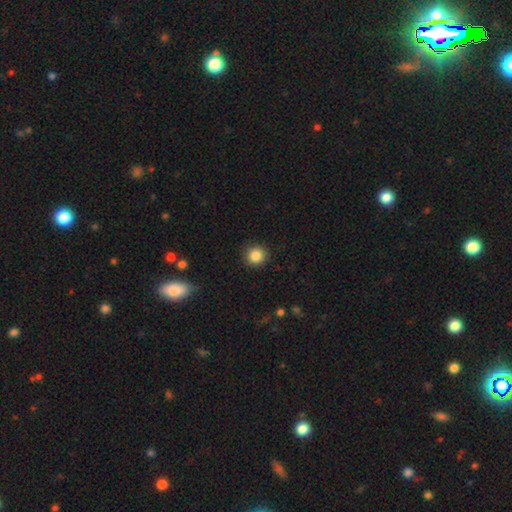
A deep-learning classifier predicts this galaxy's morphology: Smooth or featured? smooth (85%)
How rounded? round (93%)
Merging? none (91%)